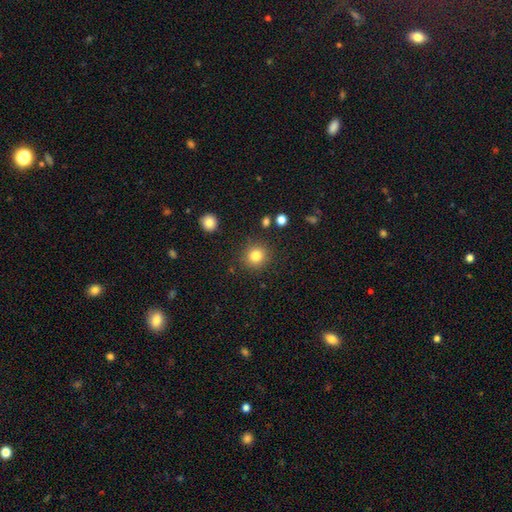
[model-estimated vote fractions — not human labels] Q: Smooth or featured?
A: smooth (82%); runner-up: star or artifact (12%)
Q: How rounded?
A: round (91%); runner-up: in between (8%)
Q: Merging?
A: none (88%); runner-up: minor disturbance (7%)